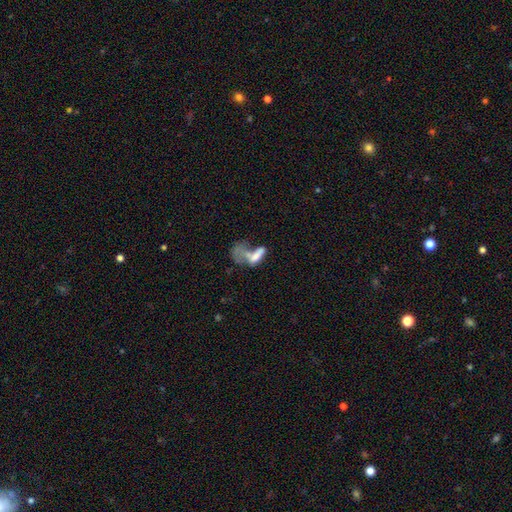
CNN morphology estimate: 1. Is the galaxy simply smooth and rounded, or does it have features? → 54% smooth, 34% featured or disk, 12% star or artifact.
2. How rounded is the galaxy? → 68% in between, 24% cigar-shaped, 8% round.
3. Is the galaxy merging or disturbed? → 43% merger, 34% major disturbance, 14% none, 9% minor disturbance.